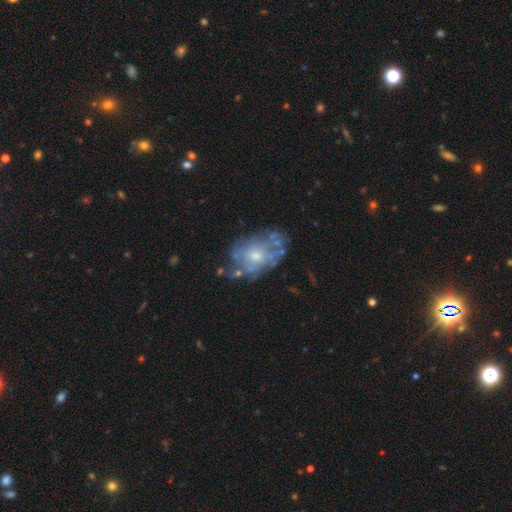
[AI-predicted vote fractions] This appears to be a featured or disk galaxy (62%) with no bar (86%), no spiral arms (67%) and a moderate central bulge (47%). Merging: none (57%).